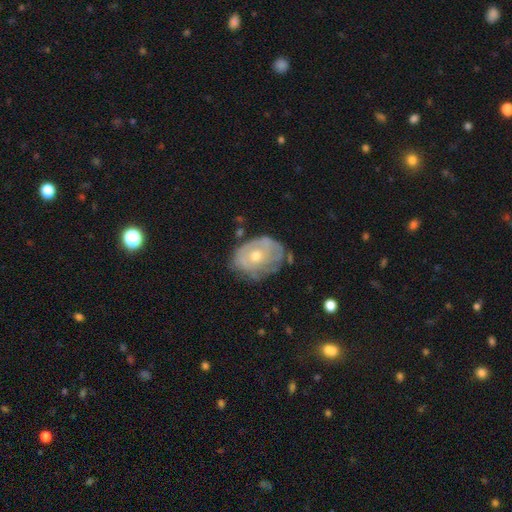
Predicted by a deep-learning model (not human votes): Smooth or featured: featured or disk — 59% (smooth — 33%)
Edge-on disk: no — 95% (yes — 5%)
Bar: no — 86% (weak — 12%)
Spiral arms: no — 52% (yes — 48%)
Bulge size: moderate — 56% (small — 40%)
Merging: none — 56% (minor disturbance — 30%)